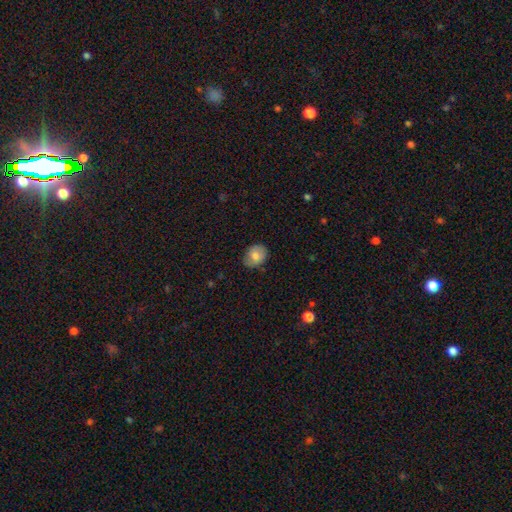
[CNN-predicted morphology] Q: Smooth or featured?
A: smooth (77%); runner-up: featured or disk (16%)
Q: How rounded?
A: in between (56%); runner-up: round (43%)
Q: Merging?
A: none (78%); runner-up: minor disturbance (18%)